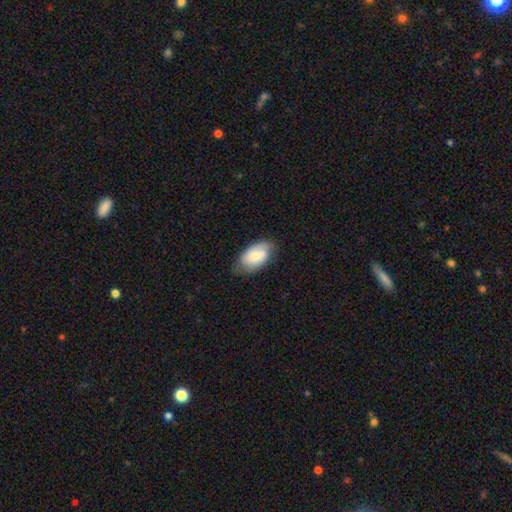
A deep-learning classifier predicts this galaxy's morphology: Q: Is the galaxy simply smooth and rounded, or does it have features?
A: smooth — 59%.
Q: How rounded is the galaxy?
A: in between — 93%.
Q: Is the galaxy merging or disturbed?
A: none — 69%.